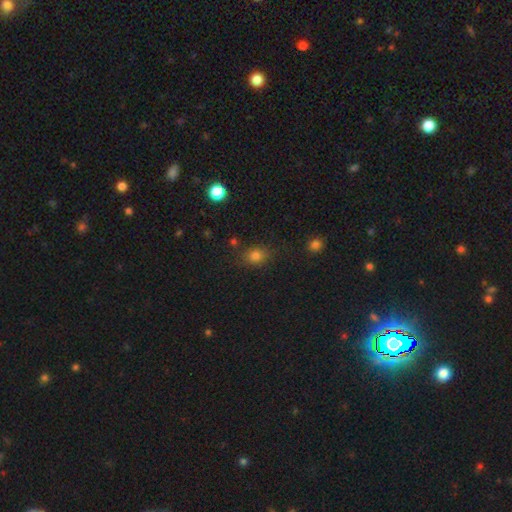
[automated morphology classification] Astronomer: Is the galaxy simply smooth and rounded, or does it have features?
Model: smooth — 78%.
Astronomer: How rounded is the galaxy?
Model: round — 55% (runner-up: in between, 43%).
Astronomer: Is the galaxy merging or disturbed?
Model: none — 78%.